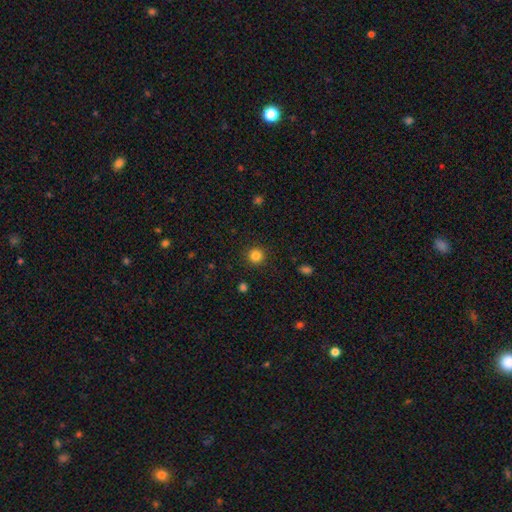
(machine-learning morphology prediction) A smooth galaxy with no disk features (84%) that is round (94%).

Vote fractions:
- Smooth or featured? smooth: 84% / star or artifact: 12% / featured or disk: 4%
- How rounded? round: 94% / in between: 5% / cigar-shaped: 1%
- Merging? none: 91% / minor disturbance: 5% / major disturbance: 2% / merger: 1%